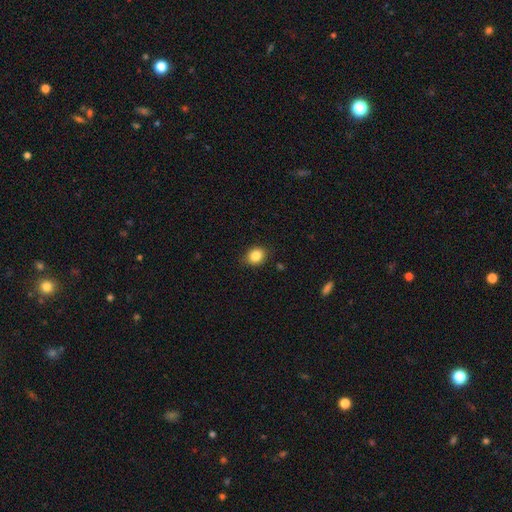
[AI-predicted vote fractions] Smooth or featured? Predicted: smooth (p=0.84). How rounded? Predicted: round (p=0.59). Merging? Predicted: none (p=0.86).